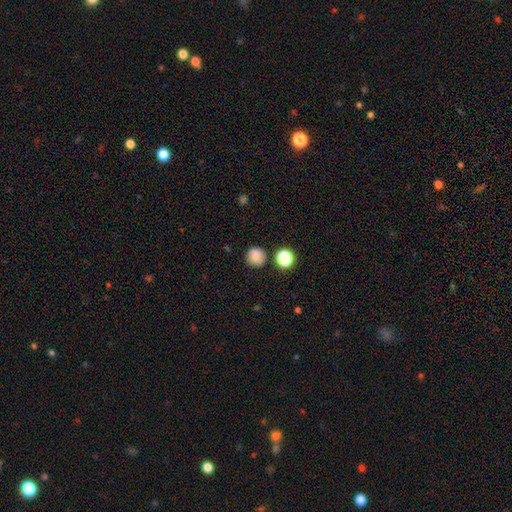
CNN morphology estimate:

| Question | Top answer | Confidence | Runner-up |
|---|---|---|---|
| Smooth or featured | smooth | 80% | star or artifact (13%) |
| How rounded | round | 90% | in between (9%) |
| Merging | none | 79% | minor disturbance (12%) |